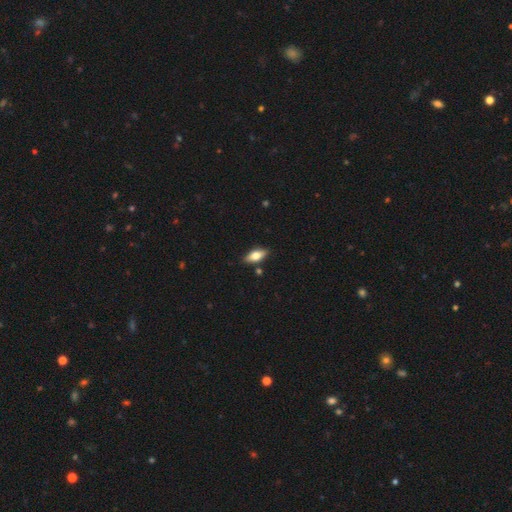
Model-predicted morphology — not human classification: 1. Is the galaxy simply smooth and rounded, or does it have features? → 65% smooth, 29% featured or disk, 7% star or artifact.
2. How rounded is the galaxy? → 78% in between, 19% cigar-shaped, 3% round.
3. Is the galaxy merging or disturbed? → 85% none, 10% minor disturbance, 3% merger, 2% major disturbance.